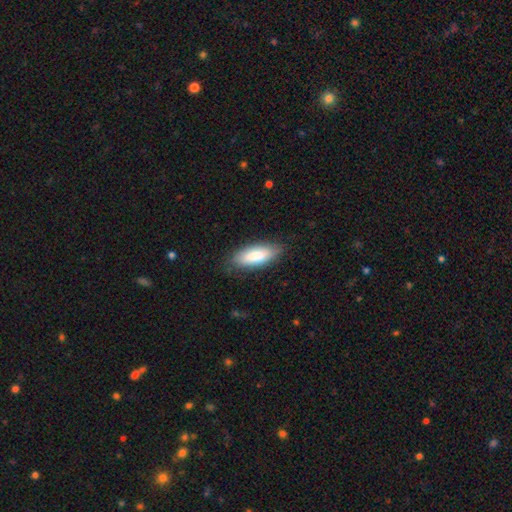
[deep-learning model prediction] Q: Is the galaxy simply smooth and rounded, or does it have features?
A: smooth — 83%.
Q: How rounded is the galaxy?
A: in between — 73%.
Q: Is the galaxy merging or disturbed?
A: none — 80%.